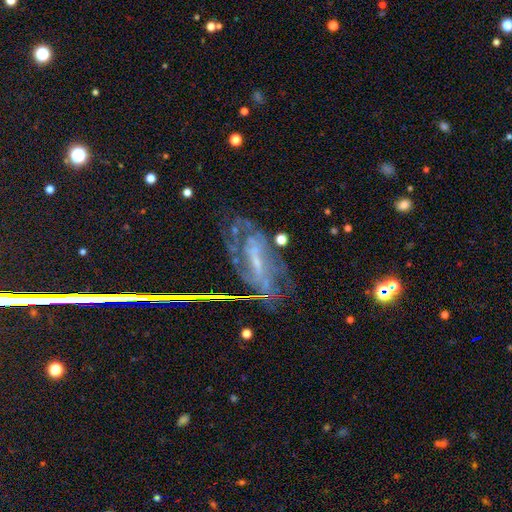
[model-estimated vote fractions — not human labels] Q: Smooth or featured?
A: featured or disk (74%); runner-up: star or artifact (15%)
Q: Edge-on disk?
A: no (86%); runner-up: yes (14%)
Q: Bar?
A: weak (38%); runner-up: strong (37%)
Q: Spiral arms?
A: yes (86%); runner-up: no (14%)
Q: Spiral winding?
A: tight (51%); runner-up: medium (36%)
Q: Spiral arm count?
A: can't tell (41%); runner-up: 2 (30%)
Q: Bulge size?
A: small (60%); runner-up: moderate (20%)
Q: Merging?
A: none (64%); runner-up: minor disturbance (19%)